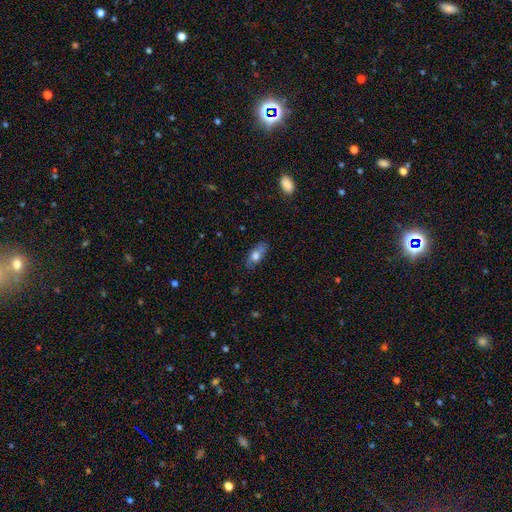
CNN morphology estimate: This is likely a smooth galaxy (69%). How rounded: likely in between (78%). Merging: likely none (72%).